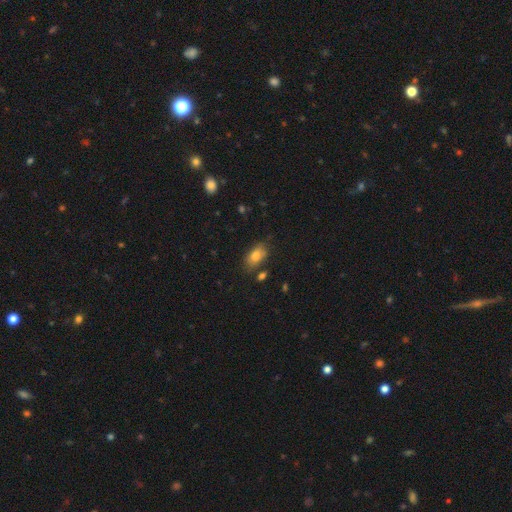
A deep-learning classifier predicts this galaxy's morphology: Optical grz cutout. It shows a smooth galaxy with no disk features (80%) that is in between round and cigar-shaped (89%). Merging: none (75%).